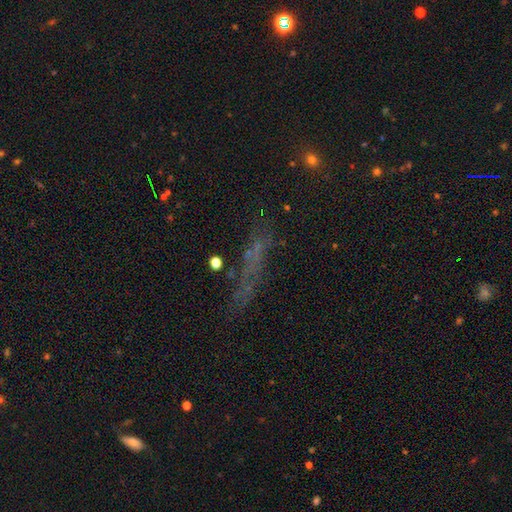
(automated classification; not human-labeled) Smooth or featured: smooth — 39% (star or artifact — 35%)
Merging: none — 64% (minor disturbance — 17%)